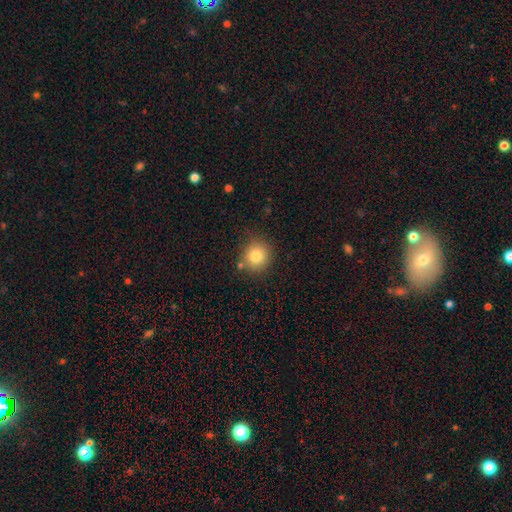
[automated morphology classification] Q: Smooth or featured?
A: smooth (79%); runner-up: star or artifact (12%)
Q: How rounded?
A: round (90%); runner-up: in between (9%)
Q: Merging?
A: none (82%); runner-up: minor disturbance (10%)